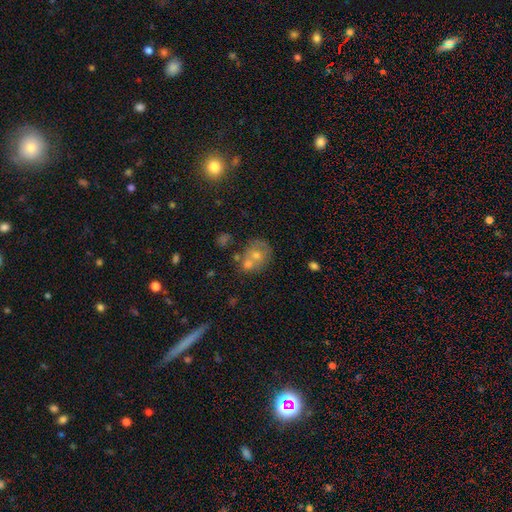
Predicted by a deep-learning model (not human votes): Overall: smooth (51%; featured or disk 34%). How rounded: round (71%). Merging: none (42%; merger 41%).